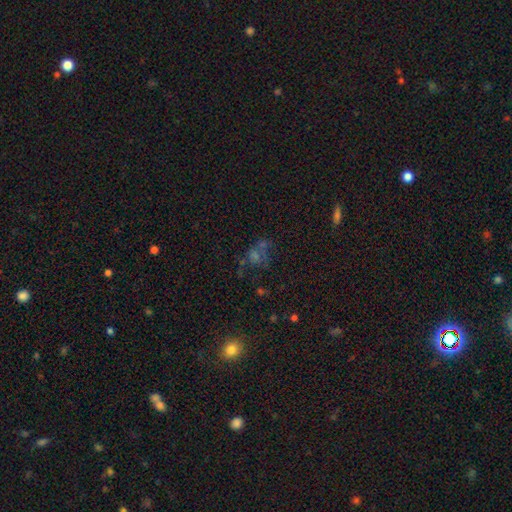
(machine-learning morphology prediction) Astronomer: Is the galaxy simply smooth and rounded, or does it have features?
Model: star or artifact — 39% (runner-up: smooth, 36%).